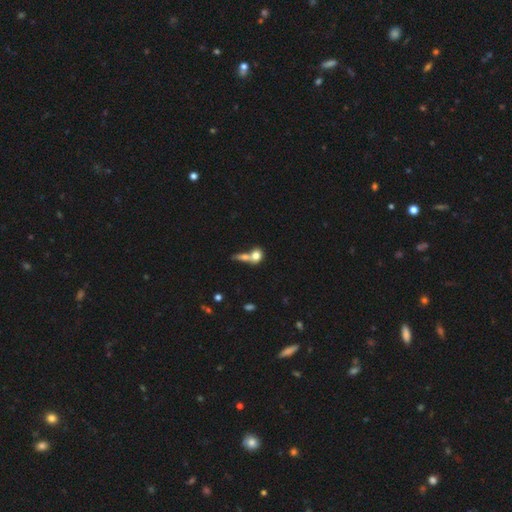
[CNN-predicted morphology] smooth 73%, featured or disk 18%, star or artifact 10%. Down the decision tree: how rounded — round (59%); merging — merger (60%).